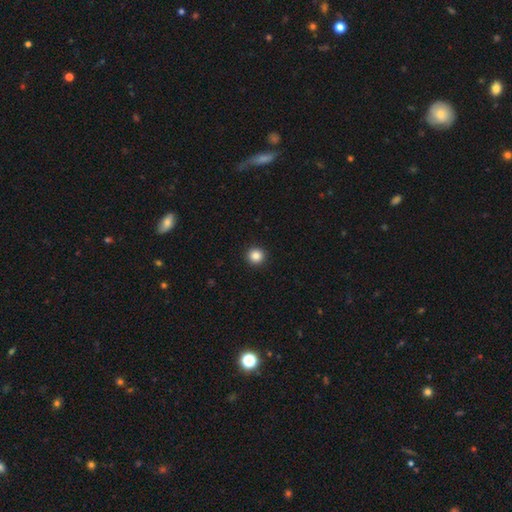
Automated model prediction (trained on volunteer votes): Smooth or featured? smooth (85%)
How rounded? round (96%)
Merging? none (94%)